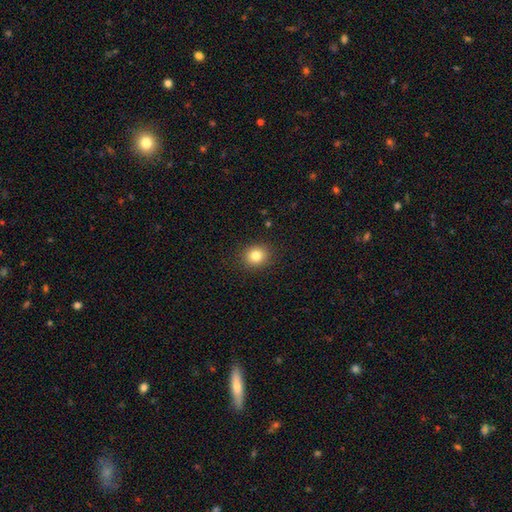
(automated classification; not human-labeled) Q: Smooth or featured?
A: smooth (82%); runner-up: star or artifact (11%)
Q: How rounded?
A: round (79%); runner-up: in between (20%)
Q: Merging?
A: none (90%); runner-up: minor disturbance (7%)